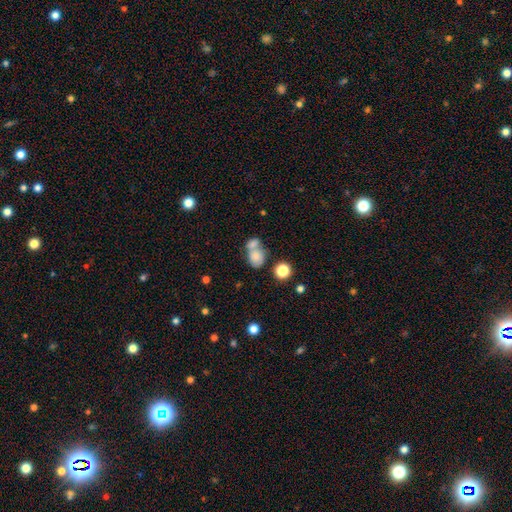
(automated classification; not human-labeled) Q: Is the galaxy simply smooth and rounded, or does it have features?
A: smooth — 77%.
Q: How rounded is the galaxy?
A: in between — 51%.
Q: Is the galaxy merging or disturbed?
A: merger — 57%.